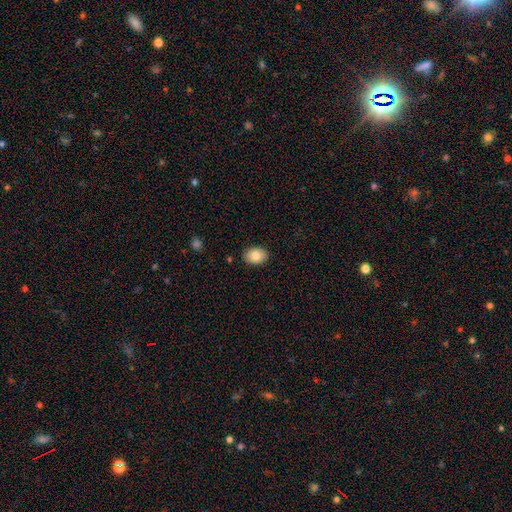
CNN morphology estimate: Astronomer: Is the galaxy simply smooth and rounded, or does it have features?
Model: smooth — 86%.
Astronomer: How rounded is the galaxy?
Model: in between — 78%.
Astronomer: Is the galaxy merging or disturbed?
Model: none — 88%.